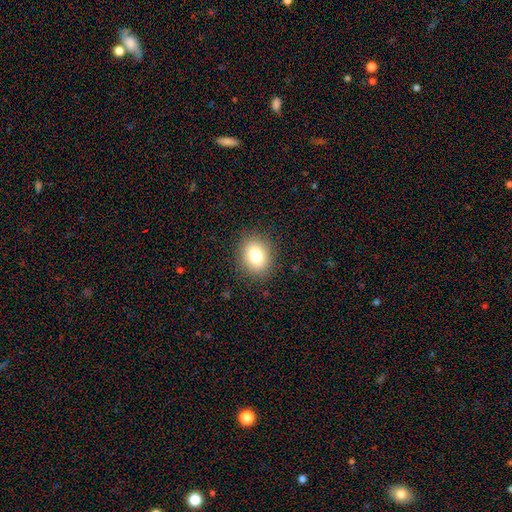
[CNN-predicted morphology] Smooth or featured? smooth (82%)
How rounded? in between (59%)
Merging? none (87%)